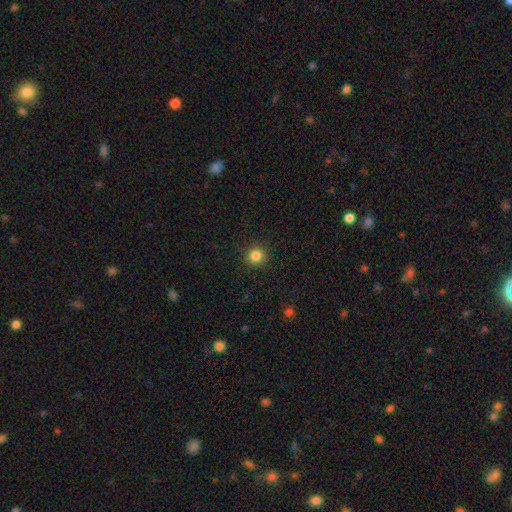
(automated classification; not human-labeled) smooth-or-featured: smooth: 84% | star or artifact: 12% | featured or disk: 4%
  how-rounded: round: 94% | in between: 5% | cigar-shaped: 1%
  merging: none: 91% | minor disturbance: 5% | major disturbance: 2% | merger: 1%